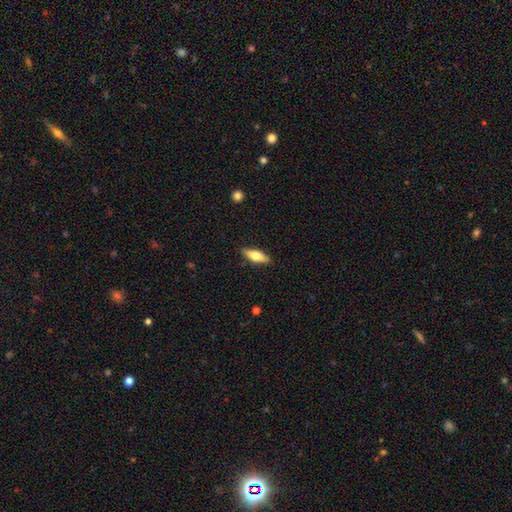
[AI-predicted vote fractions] smooth_or_featured: smooth (p=0.64) [alt: featured or disk p=0.30]
how_rounded: in between (p=0.57) [alt: cigar-shaped p=0.41]
merging: none (p=0.87) [alt: minor disturbance p=0.10]